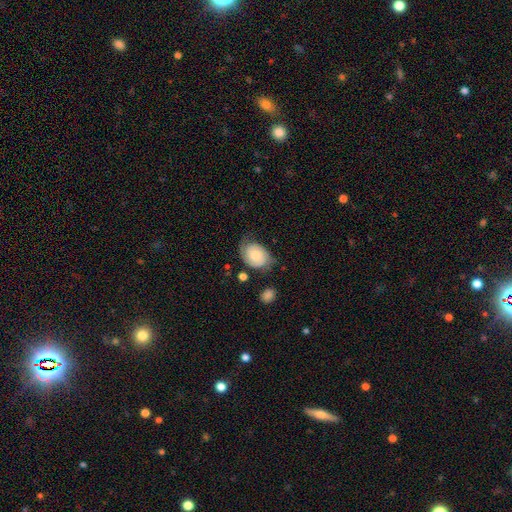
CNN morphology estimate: Overall: featured or disk (53%; smooth 39%). Edge-on disk: no (96%). Bar: no (75%). Spiral arms: yes (88%). Bulge size: moderate (52%; small 35%). Merging: none (58%; minor disturbance 27%).